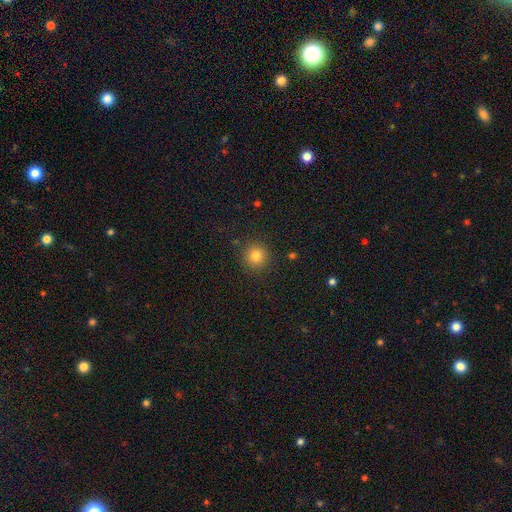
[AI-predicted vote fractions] This appears to be a smooth galaxy with no disk features (81%) that is round (94%). Merging: none (90%).